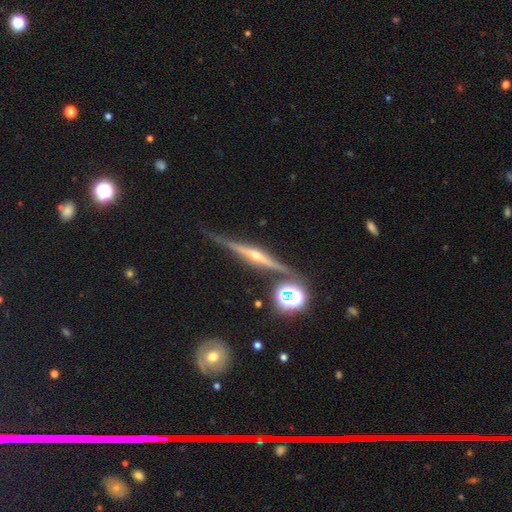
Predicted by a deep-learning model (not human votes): A featured or disk galaxy (81%) viewed edge-on (97%) with a rounded central bulge (88%).

Vote fractions:
- Smooth or featured? featured or disk: 81% / star or artifact: 9% / smooth: 9%
- Edge-on disk? yes: 97% / no: 3%
- Edge-on bulge? rounded: 88% / none: 7% / boxy: 5%
- Merging? none: 82% / minor disturbance: 12% / merger: 3% / major disturbance: 3%